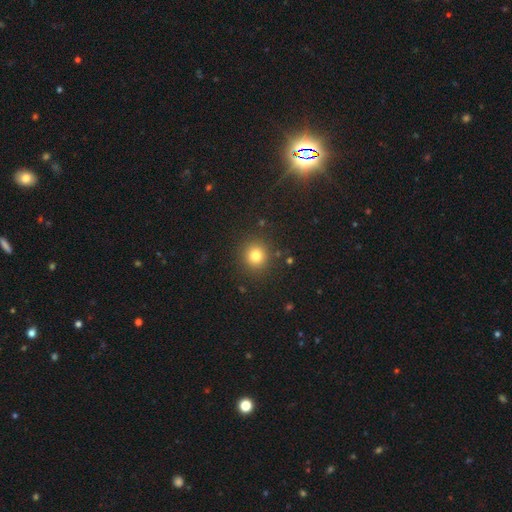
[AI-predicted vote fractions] Smooth or featured: smooth — 80% (star or artifact — 14%)
How rounded: round — 92% (in between — 7%)
Merging: none — 89% (minor disturbance — 6%)